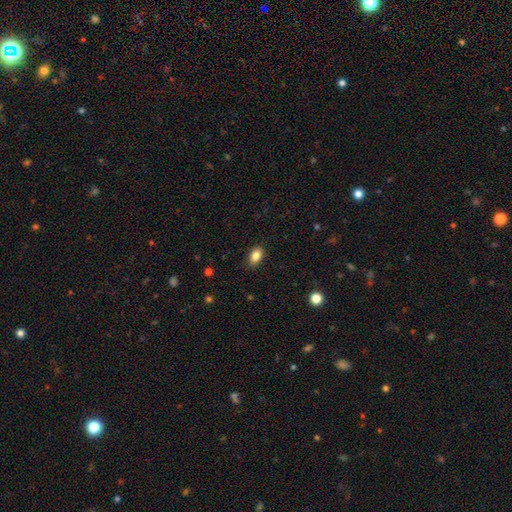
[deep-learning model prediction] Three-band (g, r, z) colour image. It shows a smooth galaxy with no disk features (86%) that is in between round and cigar-shaped (86%). Merging: none (86%).